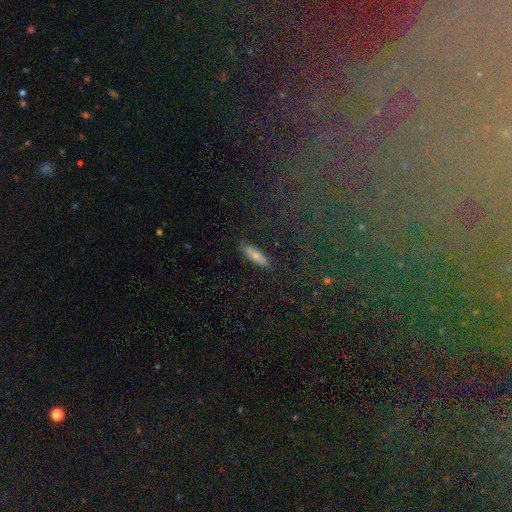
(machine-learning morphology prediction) smooth_or_featured: smooth (p=0.71) [alt: featured or disk p=0.21]
how_rounded: cigar-shaped (p=0.58) [alt: in between p=0.39]
merging: none (p=0.84) [alt: minor disturbance p=0.11]